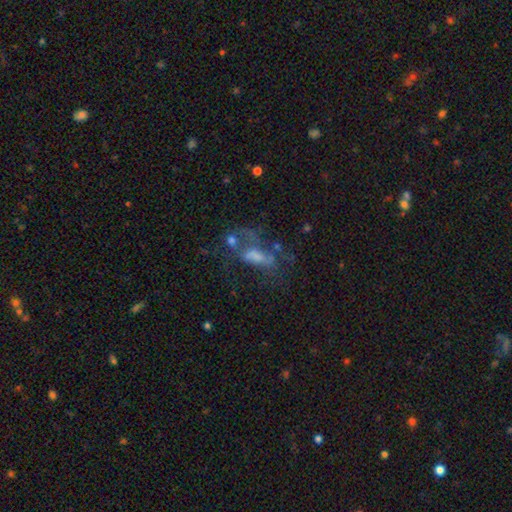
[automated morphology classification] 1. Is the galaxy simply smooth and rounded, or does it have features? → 51% featured or disk, 32% smooth, 17% star or artifact.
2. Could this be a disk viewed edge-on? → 90% no, 10% yes.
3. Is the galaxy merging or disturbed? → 37% major disturbance, 29% none, 18% merger, 16% minor disturbance.